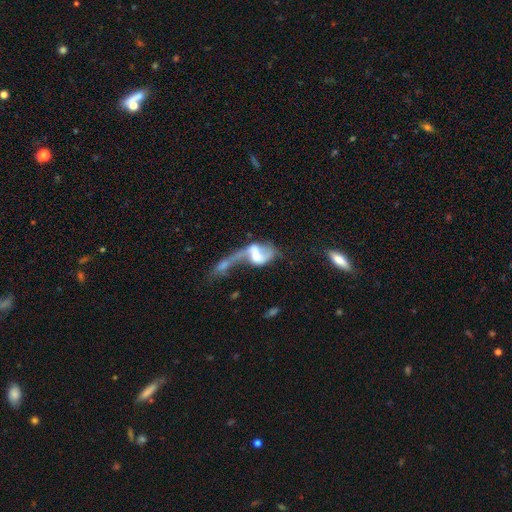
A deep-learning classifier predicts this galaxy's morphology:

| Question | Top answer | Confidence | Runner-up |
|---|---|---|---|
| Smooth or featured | featured or disk | 70% | smooth (22%) |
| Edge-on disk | no | 94% | yes (6%) |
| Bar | weak | 44% | no (36%) |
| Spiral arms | yes | 72% | no (28%) |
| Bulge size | moderate | 52% | small (26%) |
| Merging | merger | 51% | major disturbance (29%) |